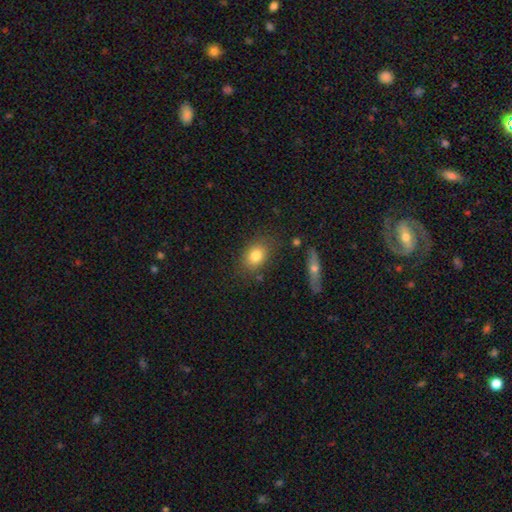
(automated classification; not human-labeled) Smooth or featured: smooth — 81% (featured or disk — 10%)
How rounded: in between — 68% (round — 30%)
Merging: none — 78% (minor disturbance — 13%)